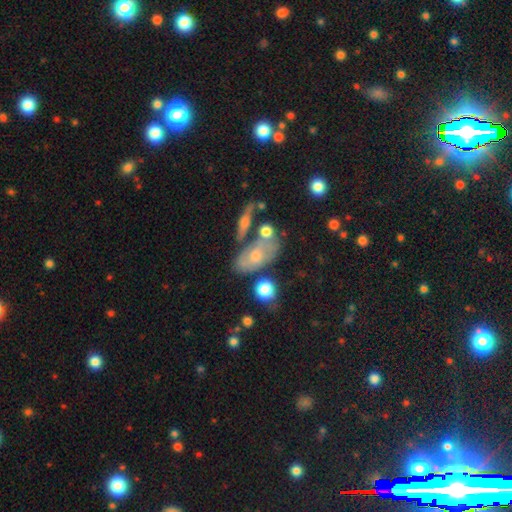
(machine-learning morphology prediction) A smooth galaxy with no disk features (47%).

Vote fractions:
- Smooth or featured? smooth: 47% / featured or disk: 43% / star or artifact: 10%
- Merging? none: 41% / merger: 25% / minor disturbance: 21% / major disturbance: 13%